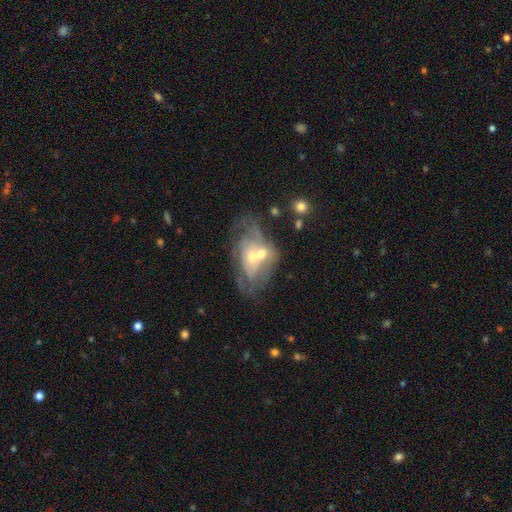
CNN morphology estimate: Smooth or featured: featured or disk — 64% (smooth — 28%)
Edge-on disk: no — 95% (yes — 5%)
Bar: no — 77% (weak — 18%)
Spiral arms: no — 52% (yes — 48%)
Bulge size: moderate — 49% (small — 40%)
Merging: merger — 53% (none — 19%)